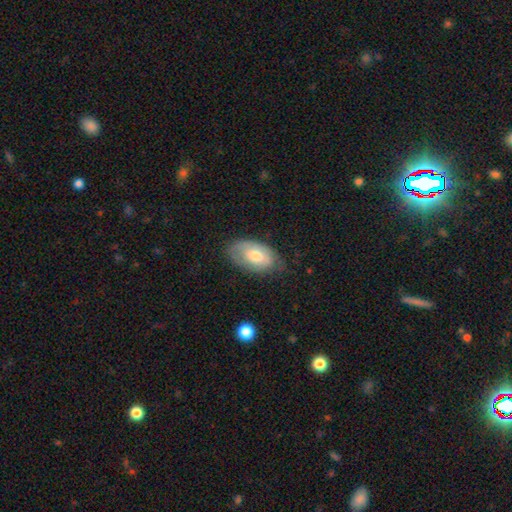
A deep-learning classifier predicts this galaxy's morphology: Overall: smooth (61%; featured or disk 33%). How rounded: in between (93%). Merging: none (66%; minor disturbance 26%).